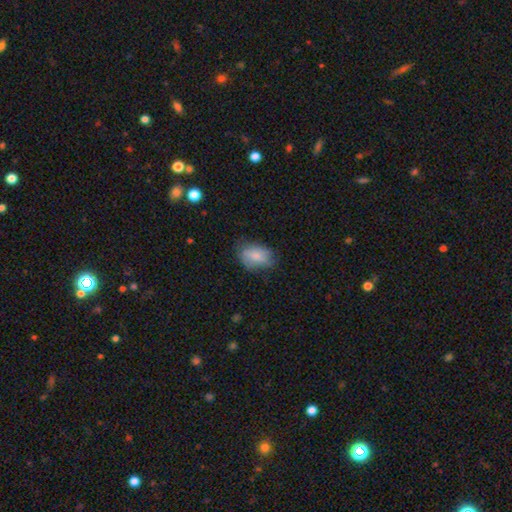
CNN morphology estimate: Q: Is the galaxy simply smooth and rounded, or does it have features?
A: smooth — 74%.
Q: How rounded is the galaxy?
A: in between — 85%.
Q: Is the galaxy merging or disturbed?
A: none — 61%.